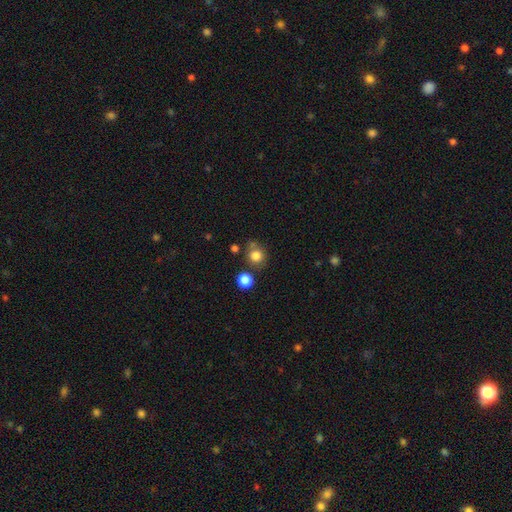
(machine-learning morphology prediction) The model was most divided on "merging": none: 70%, minor disturbance: 13%, merger: 13%, major disturbance: 5%. More confident: how rounded — round (88%); smooth or featured — smooth (81%).